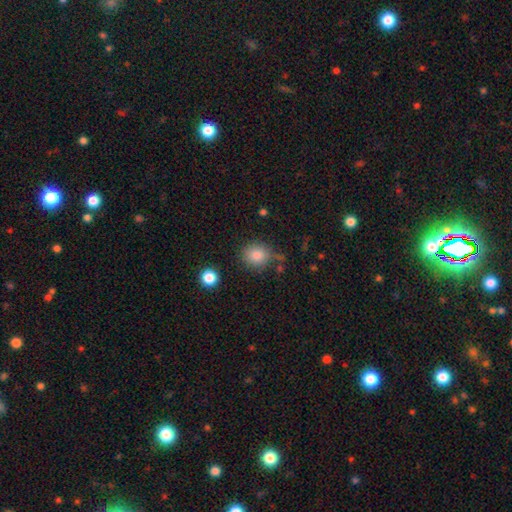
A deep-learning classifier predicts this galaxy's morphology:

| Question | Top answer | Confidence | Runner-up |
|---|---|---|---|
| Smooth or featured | smooth | 84% | star or artifact (10%) |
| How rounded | round | 86% | in between (13%) |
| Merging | none | 76% | minor disturbance (14%) |